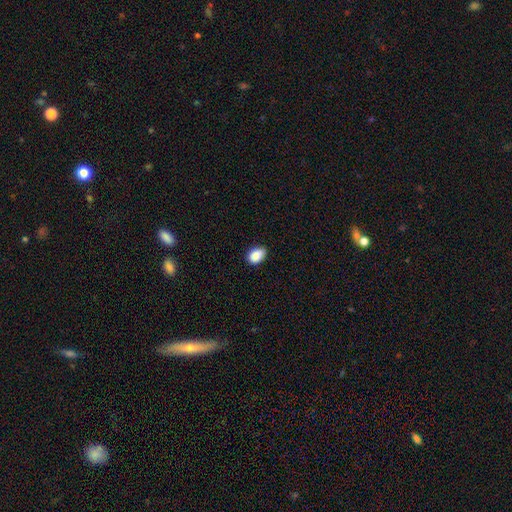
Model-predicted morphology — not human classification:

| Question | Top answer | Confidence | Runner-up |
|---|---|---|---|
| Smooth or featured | smooth | 89% | star or artifact (8%) |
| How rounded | in between | 82% | round (17%) |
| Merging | none | 77% | minor disturbance (19%) |